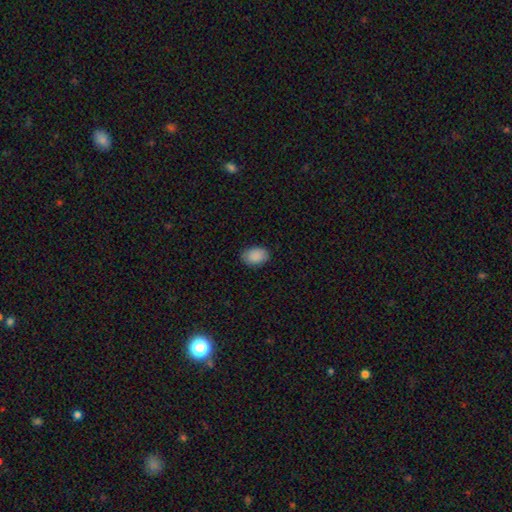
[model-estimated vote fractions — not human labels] Overall: smooth (90%). How rounded: in between (82%). Merging: none (85%).